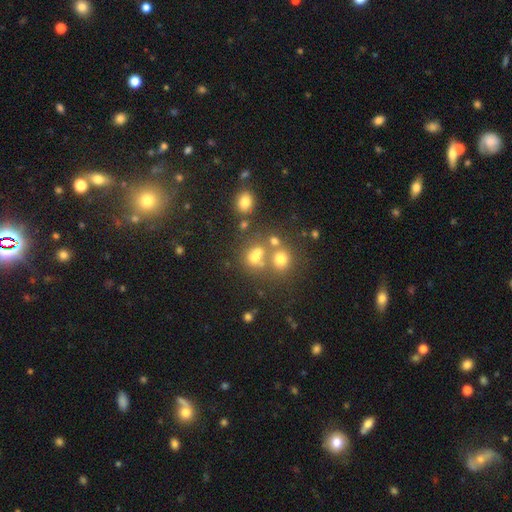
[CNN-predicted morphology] A smooth galaxy with no disk features (62%) that is round (65%).

Vote fractions:
- Smooth or featured? smooth: 62% / star or artifact: 22% / featured or disk: 16%
- How rounded? round: 65% / in between: 34% / cigar-shaped: 2%
- Merging? none: 45% / merger: 37% / minor disturbance: 11% / major disturbance: 7%